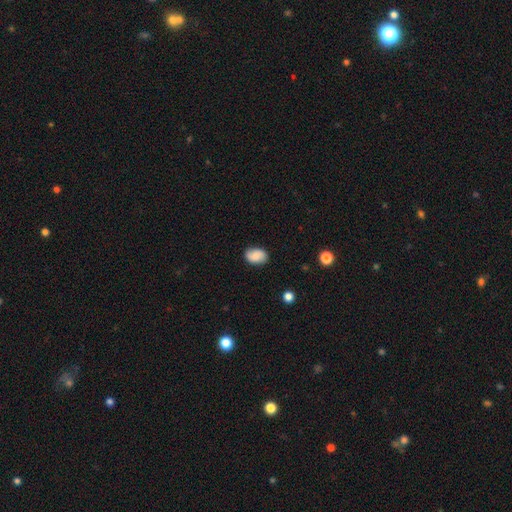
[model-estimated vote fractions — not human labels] Smooth or featured? Predicted: smooth (p=0.74). How rounded? Predicted: in between (p=0.81). Merging? Predicted: none (p=0.81).